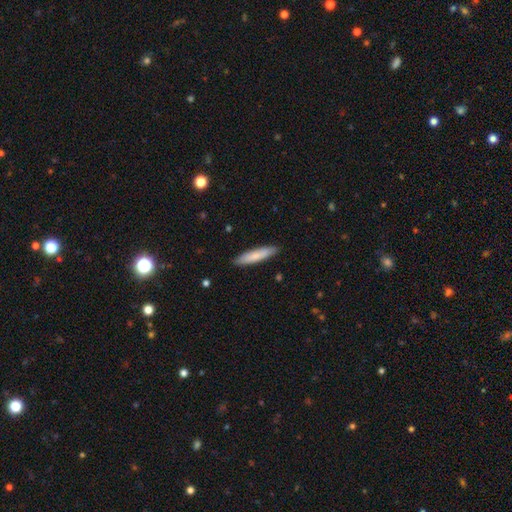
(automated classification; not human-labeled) Smooth or featured?
  - smooth: 80% *
  - featured or disk: 14%
  - star or artifact: 5%
How rounded?
  - cigar-shaped: 84% *
  - in between: 15%
  - round: 1%
Merging?
  - none: 89% *
  - minor disturbance: 8%
  - major disturbance: 2%
  - merger: 1%